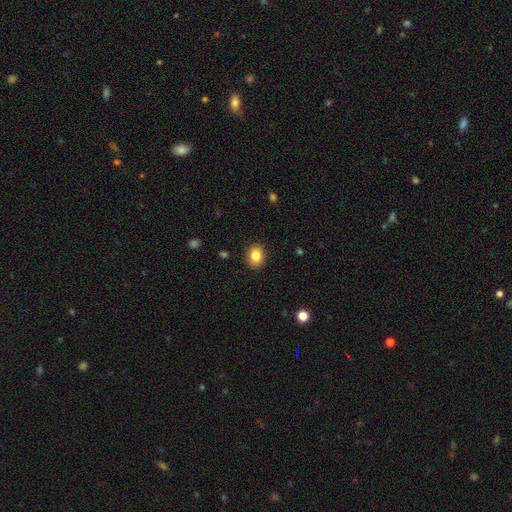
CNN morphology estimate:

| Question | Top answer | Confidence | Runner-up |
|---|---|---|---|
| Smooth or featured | smooth | 84% | star or artifact (9%) |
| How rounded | in between | 50% | round (49%) |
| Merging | none | 89% | minor disturbance (8%) |